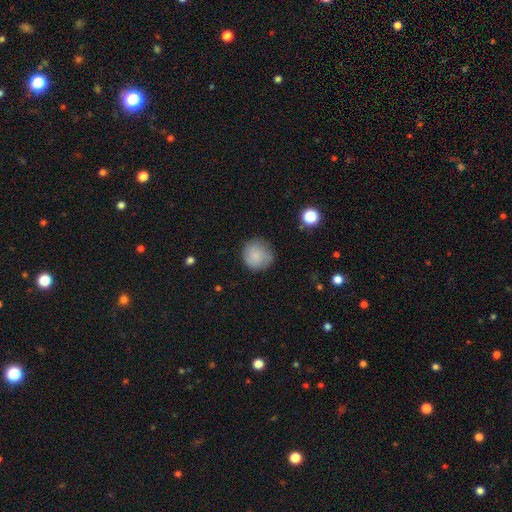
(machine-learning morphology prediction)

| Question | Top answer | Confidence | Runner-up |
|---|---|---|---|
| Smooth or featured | smooth | 77% | featured or disk (15%) |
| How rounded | round | 90% | in between (9%) |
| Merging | none | 72% | minor disturbance (21%) |